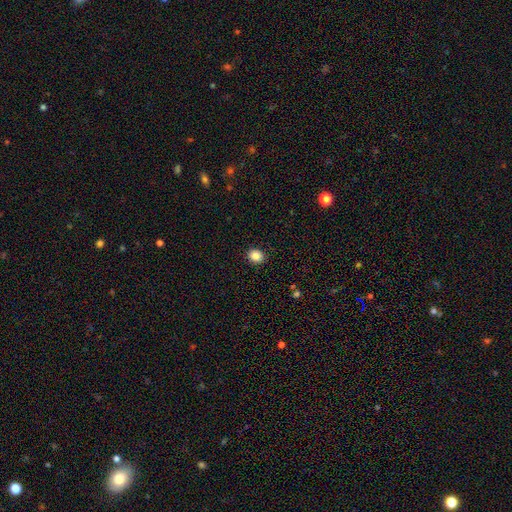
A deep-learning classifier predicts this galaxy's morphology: Smooth or featured?
  - smooth: 86% *
  - star or artifact: 10%
  - featured or disk: 4%
How rounded?
  - round: 68% *
  - in between: 31%
  - cigar-shaped: 1%
Merging?
  - none: 91% *
  - minor disturbance: 6%
  - major disturbance: 2%
  - merger: 1%